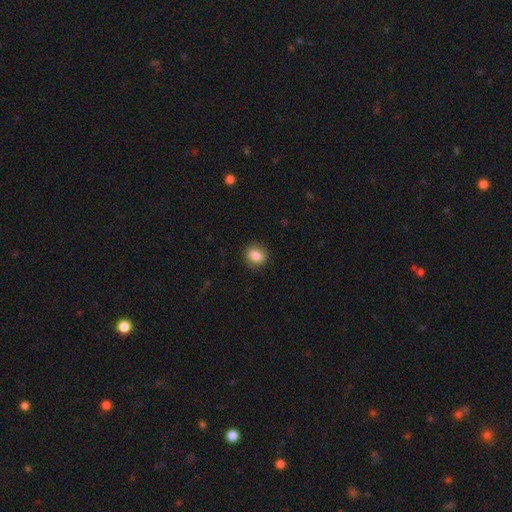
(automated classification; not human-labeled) This is clearly a smooth galaxy (84%). How rounded: likely round (62%). Merging: clearly none (86%).